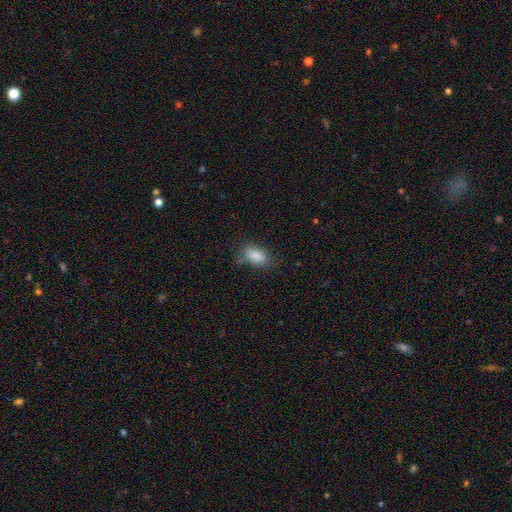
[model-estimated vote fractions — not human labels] Smooth or featured: smooth — 85% (star or artifact — 8%)
How rounded: in between — 91% (round — 6%)
Merging: none — 63% (minor disturbance — 25%)